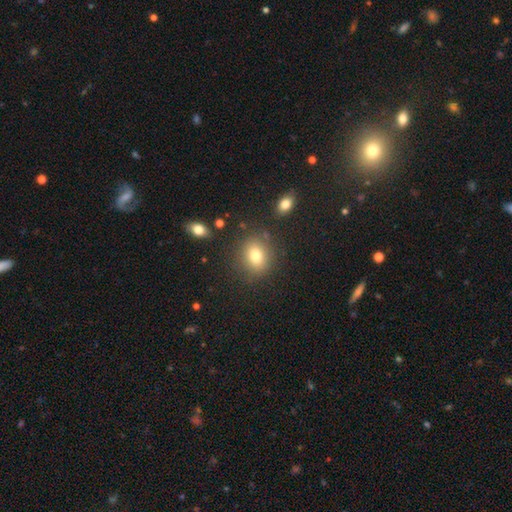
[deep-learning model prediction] Overall: smooth (79%). How rounded: round (51%; in between 47%). Merging: none (82%).